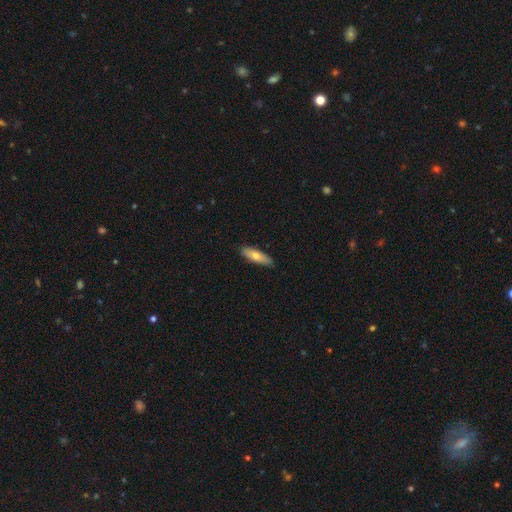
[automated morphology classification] Smooth or featured: smooth — 68% (featured or disk — 26%)
How rounded: cigar-shaped — 50% (in between — 48%)
Merging: none — 88% (minor disturbance — 10%)